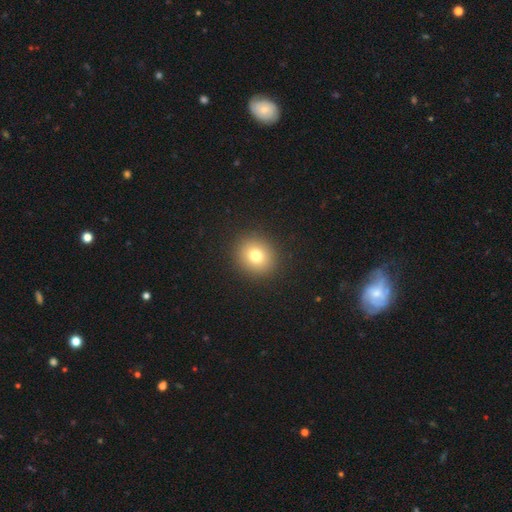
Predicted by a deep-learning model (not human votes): Smooth or featured?
  - smooth: 76% *
  - star or artifact: 13%
  - featured or disk: 11%
How rounded?
  - round: 86% *
  - in between: 14%
  - cigar-shaped: 1%
Merging?
  - none: 92% *
  - minor disturbance: 5%
  - major disturbance: 2%
  - merger: 1%